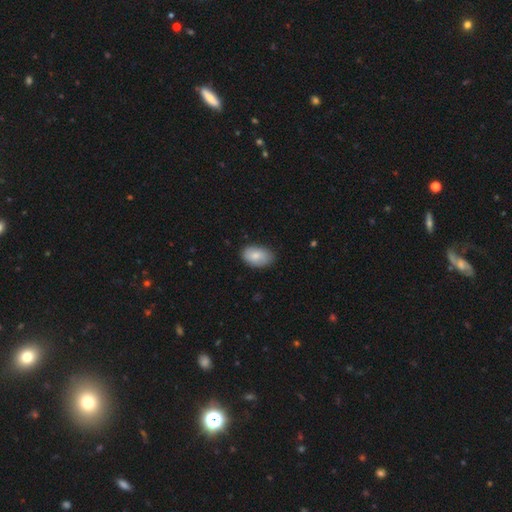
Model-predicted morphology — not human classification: This appears to be a smooth galaxy with no disk features (82%) that is in between round and cigar-shaped (92%). Merging: none (80%).